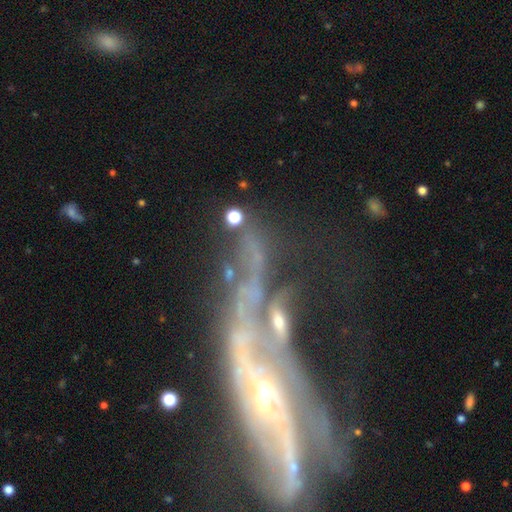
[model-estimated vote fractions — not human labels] smooth-or-featured: featured or disk: 56% | star or artifact: 22% | smooth: 22%
  disk-edge-on: no: 81% | yes: 19%
  merging: merger: 43% | major disturbance: 25% | none: 21% | minor disturbance: 11%